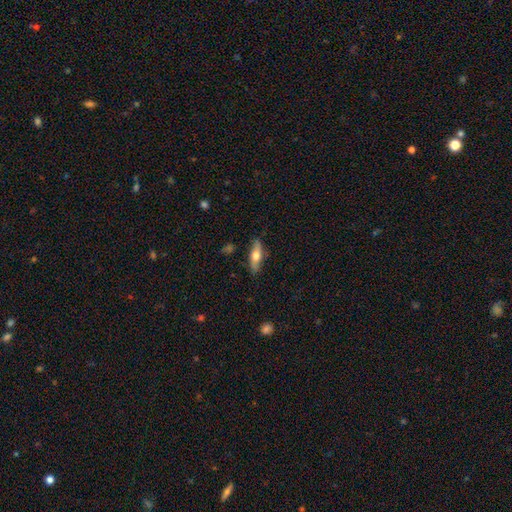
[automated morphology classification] This appears to be a smooth galaxy with no disk features (53%) that is cigar-shaped (51%). Merging: none (84%).